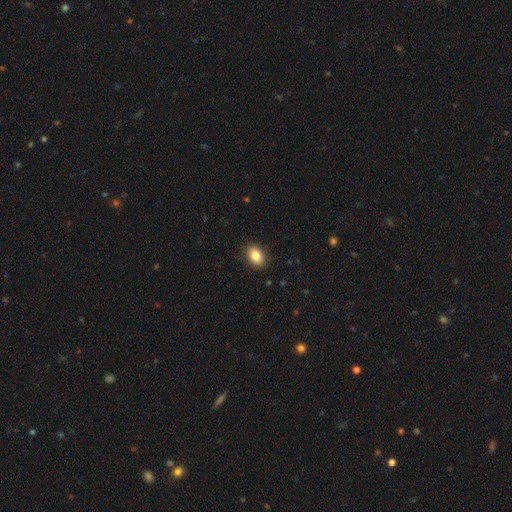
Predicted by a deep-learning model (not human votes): smooth_or_featured: smooth (p=0.83) [alt: featured or disk p=0.09]
how_rounded: in between (p=0.82) [alt: round p=0.17]
merging: none (p=0.89) [alt: minor disturbance p=0.08]